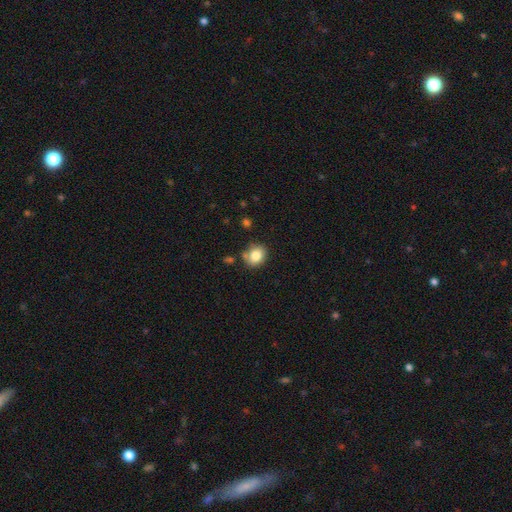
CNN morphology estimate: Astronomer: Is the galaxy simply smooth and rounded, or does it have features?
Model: smooth — 83%.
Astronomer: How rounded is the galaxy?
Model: round — 60% (runner-up: in between, 39%).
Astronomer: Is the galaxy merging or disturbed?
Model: none — 73%.